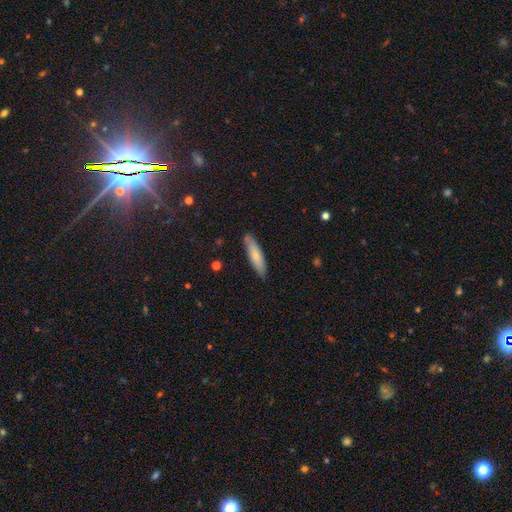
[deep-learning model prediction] Smooth or featured: smooth — 75% (featured or disk — 19%)
How rounded: cigar-shaped — 73% (in between — 26%)
Merging: none — 84% (minor disturbance — 12%)